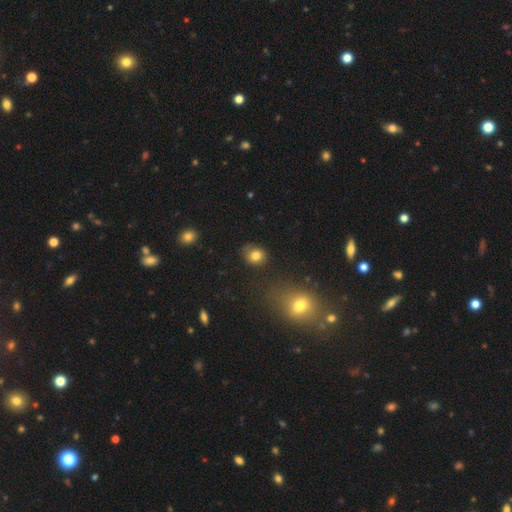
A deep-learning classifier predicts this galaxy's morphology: This is clearly a smooth galaxy (80%). How rounded: likely round (69%). Merging: likely none (71%).